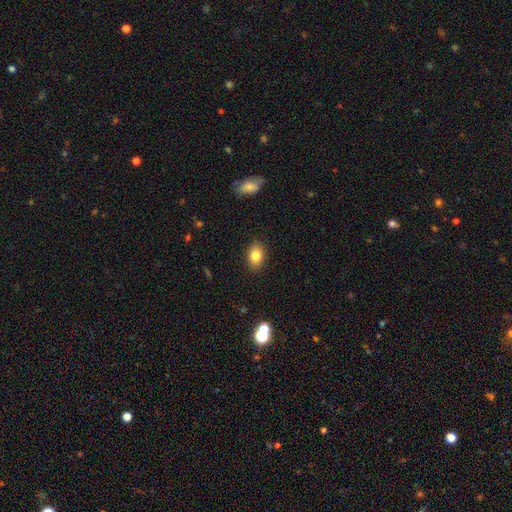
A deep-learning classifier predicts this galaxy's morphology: Overall: smooth (82%). How rounded: in between (79%). Merging: none (88%).